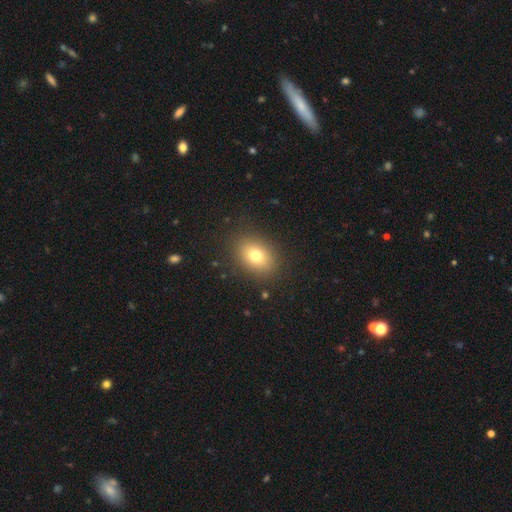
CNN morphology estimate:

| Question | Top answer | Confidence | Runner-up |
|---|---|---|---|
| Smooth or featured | smooth | 76% | featured or disk (12%) |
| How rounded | in between | 67% | round (31%) |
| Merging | none | 87% | minor disturbance (8%) |